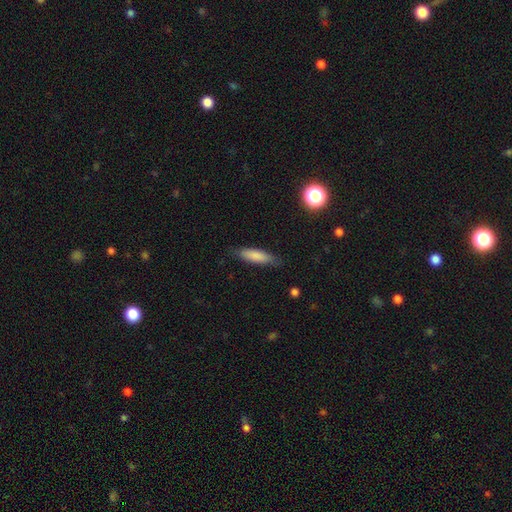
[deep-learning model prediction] smooth-or-featured: smooth: 82% | featured or disk: 12% | star or artifact: 6%
  how-rounded: cigar-shaped: 62% | in between: 36% | round: 2%
  merging: none: 81% | minor disturbance: 15% | major disturbance: 3% | merger: 1%